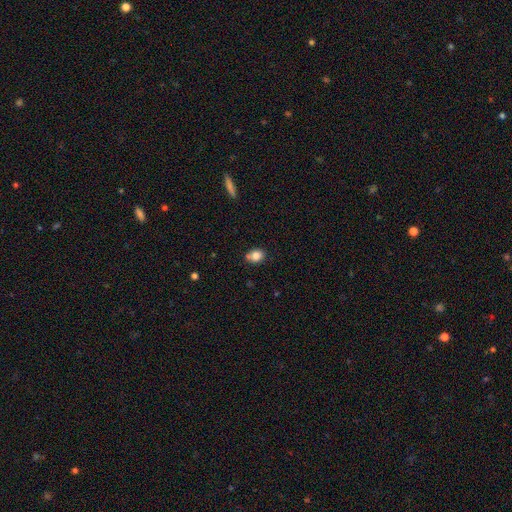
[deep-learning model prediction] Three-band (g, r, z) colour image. It shows a smooth galaxy with no disk features (81%) that is in between round and cigar-shaped (50%). Merging: none (65%).